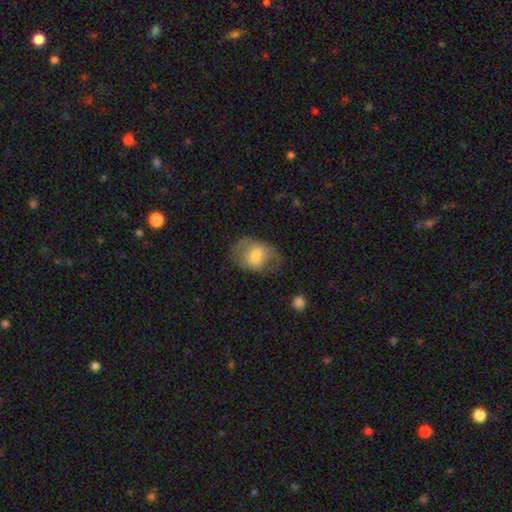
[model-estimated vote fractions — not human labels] A featured or disk galaxy (50%).

Vote fractions:
- Smooth or featured? featured or disk: 50% / smooth: 43% / star or artifact: 7%
- Merging? none: 58% / minor disturbance: 25% / major disturbance: 16% / merger: 1%